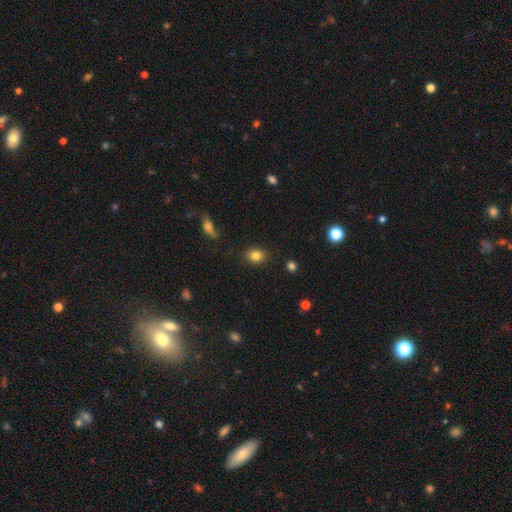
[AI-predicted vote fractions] Morphology: type=smooth (82%); roundness=round (55%); merging=none (88%).